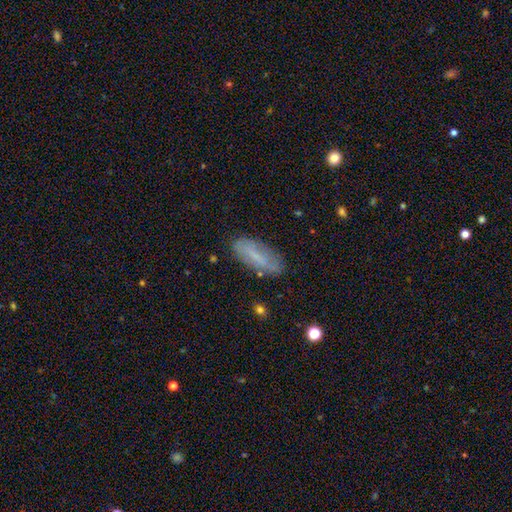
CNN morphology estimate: This is possibly a smooth galaxy (59%). How rounded: likely in between (65%). Merging: likely none (78%).